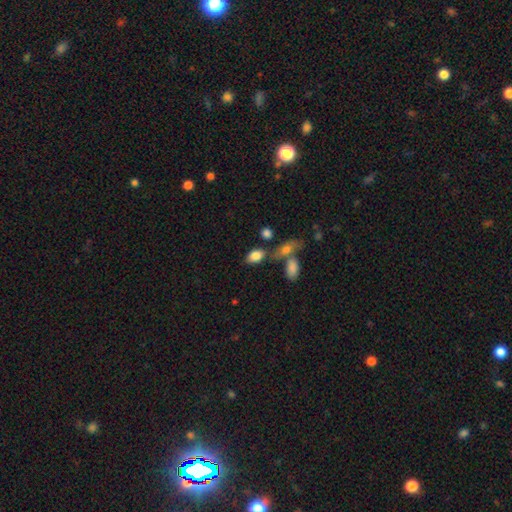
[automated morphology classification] Overall: smooth (83%). How rounded: in between (90%). Merging: none (59%; merger 20%).